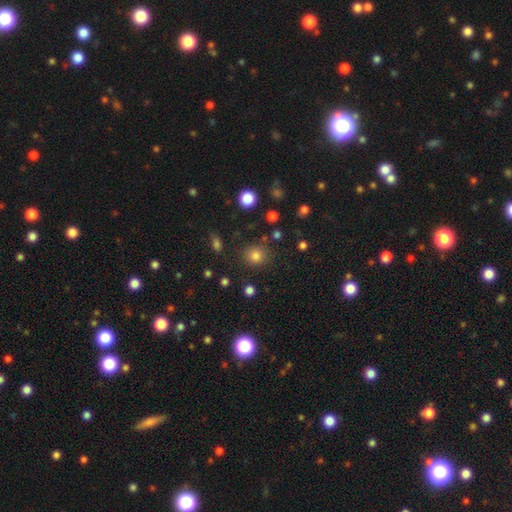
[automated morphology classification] This appears to be a smooth galaxy with no disk features (80%) that is round (87%). Merging: none (85%).